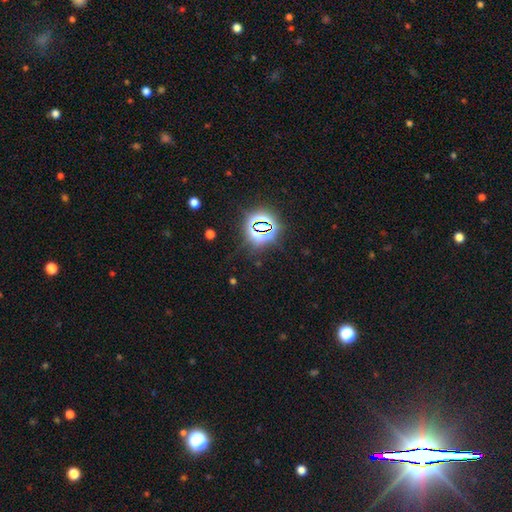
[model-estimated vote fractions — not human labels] Smooth or featured? Predicted: star or artifact (p=0.81).